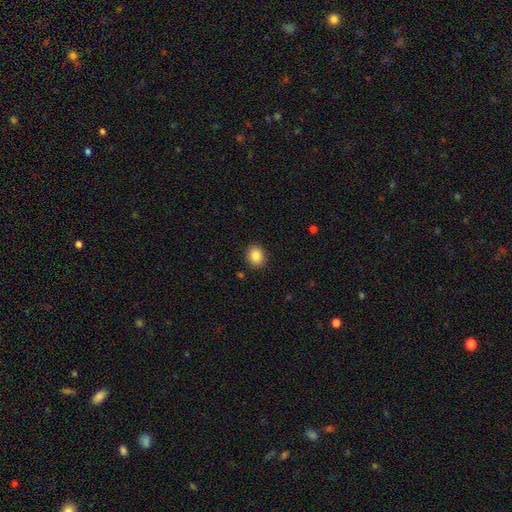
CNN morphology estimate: smooth 86%, star or artifact 9%, featured or disk 5%. Down the decision tree: how rounded — round (62%); merging — none (90%).